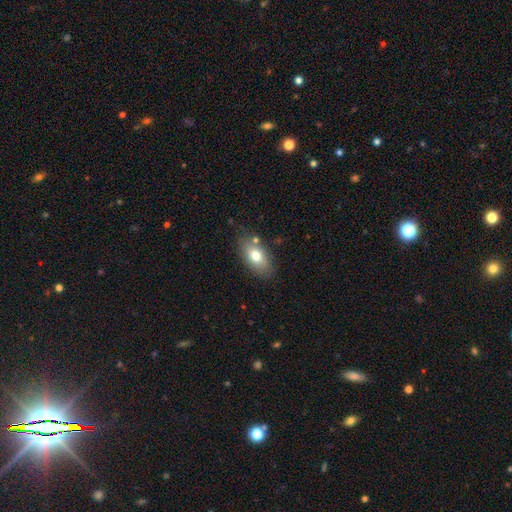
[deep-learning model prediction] Morphology: type=smooth (74%); roundness=in between (88%); merging=none (76%).